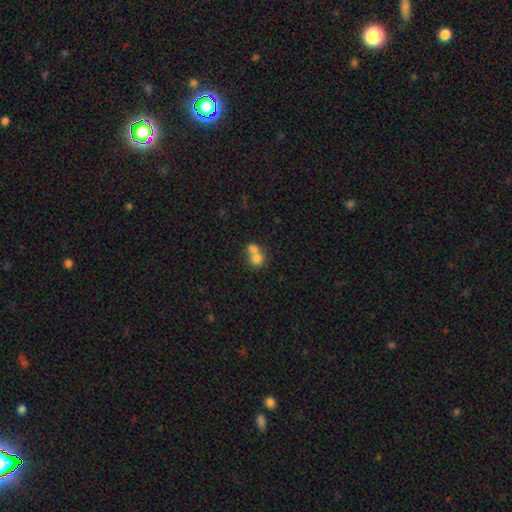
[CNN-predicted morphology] smooth-or-featured: smooth: 75% | featured or disk: 15% | star or artifact: 10%
  how-rounded: round: 70% | in between: 29% | cigar-shaped: 1%
  merging: merger: 66% | none: 25% | minor disturbance: 6% | major disturbance: 3%